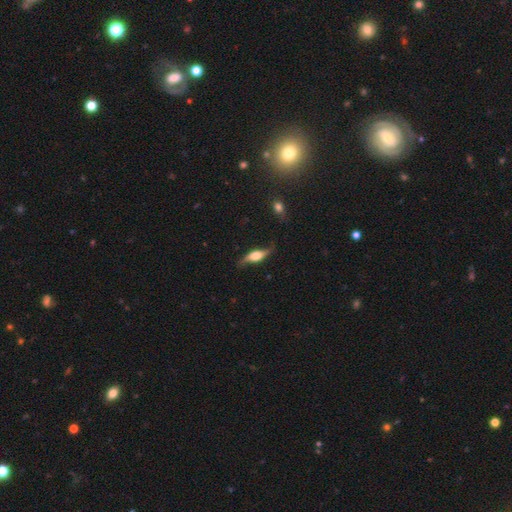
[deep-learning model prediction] A featured or disk galaxy (61%) viewed edge-on (62%).

Vote fractions:
- Smooth or featured? featured or disk: 61% / smooth: 32% / star or artifact: 7%
- Edge-on disk? yes: 62% / no: 38%
- Merging? none: 68% / minor disturbance: 22% / major disturbance: 8% / merger: 2%